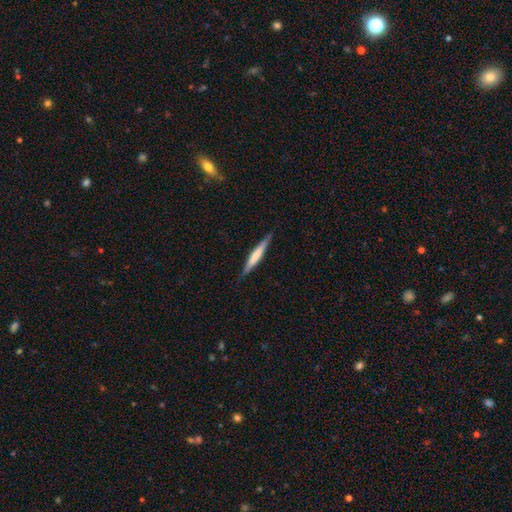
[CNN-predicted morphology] A smooth galaxy with no disk features (54%) that is cigar-shaped (95%).

Vote fractions:
- Smooth or featured? smooth: 54% / featured or disk: 41% / star or artifact: 5%
- How rounded? cigar-shaped: 95% / in between: 4% / round: 1%
- Merging? none: 87% / minor disturbance: 10% / major disturbance: 2% / merger: 1%